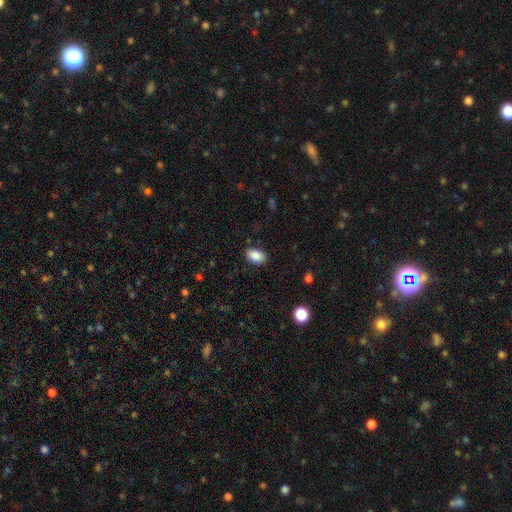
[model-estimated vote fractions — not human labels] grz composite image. It shows a smooth galaxy with no disk features (88%) that is in between round and cigar-shaped (89%). Merging: none (87%).